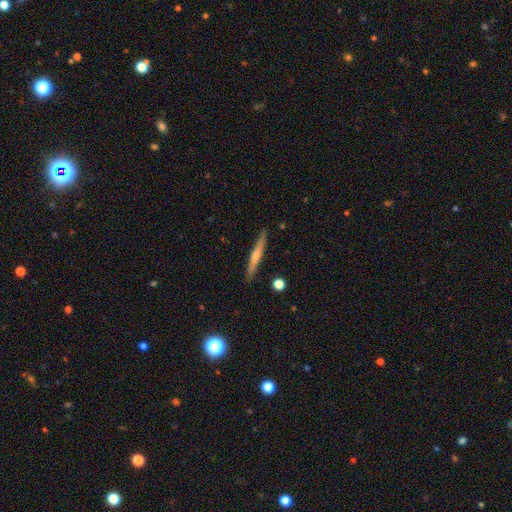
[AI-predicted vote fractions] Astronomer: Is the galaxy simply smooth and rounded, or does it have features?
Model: featured or disk — 58% (runner-up: smooth, 36%).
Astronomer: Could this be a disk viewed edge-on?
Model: yes — 96%.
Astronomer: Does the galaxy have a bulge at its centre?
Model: rounded — 65%.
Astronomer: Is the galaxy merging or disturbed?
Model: none — 89%.